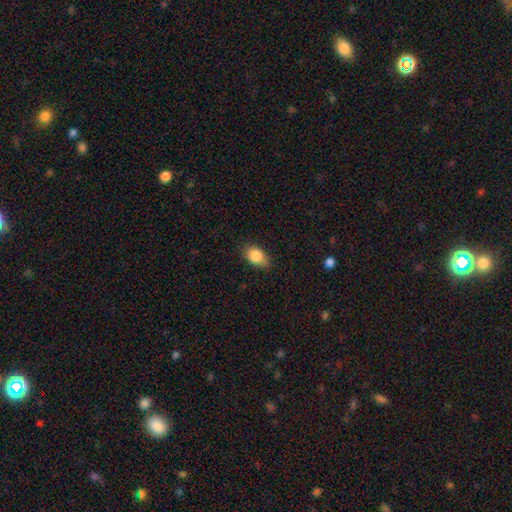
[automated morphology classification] type=smooth (85%); roundness=in between (85%); merging=none (77%).